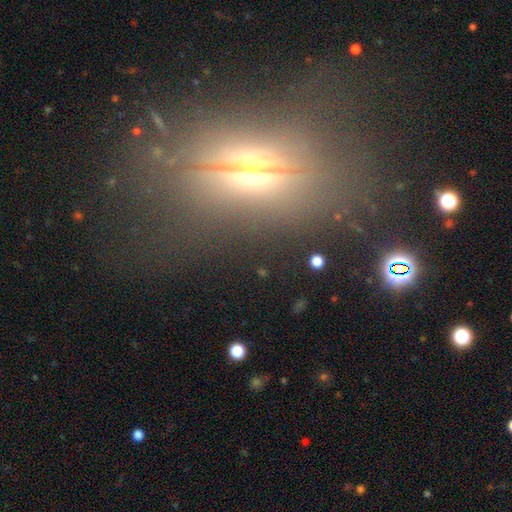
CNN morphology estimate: type=featured or disk (54%); edge-on=yes (67%); merging=none (66%).